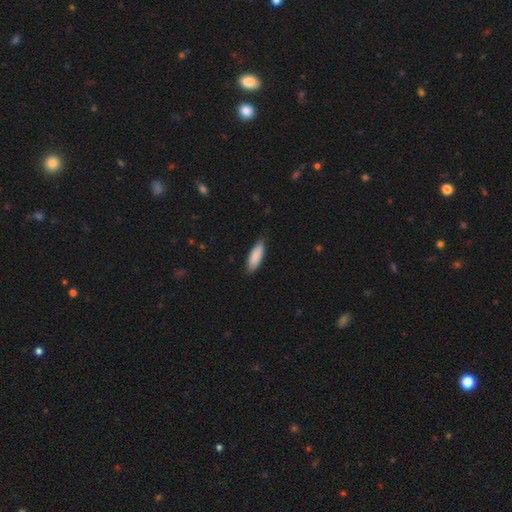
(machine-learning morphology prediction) Smooth or featured?
  - smooth: 88% *
  - featured or disk: 7%
  - star or artifact: 5%
How rounded?
  - in between: 61% *
  - cigar-shaped: 37%
  - round: 1%
Merging?
  - none: 82% *
  - minor disturbance: 15%
  - major disturbance: 2%
  - merger: 1%